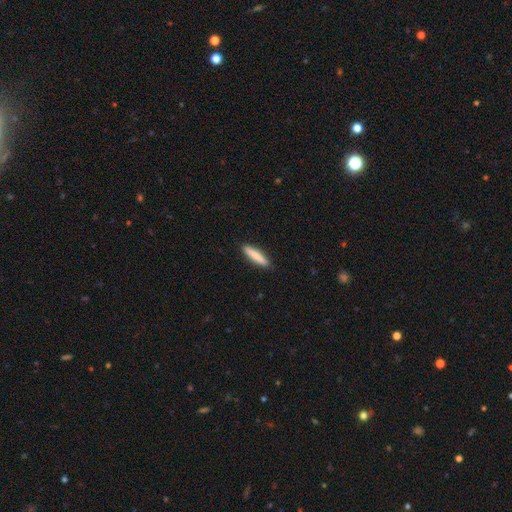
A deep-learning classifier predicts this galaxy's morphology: This is clearly a smooth galaxy (82%). How rounded: clearly cigar-shaped (86%). Merging: clearly none (91%).